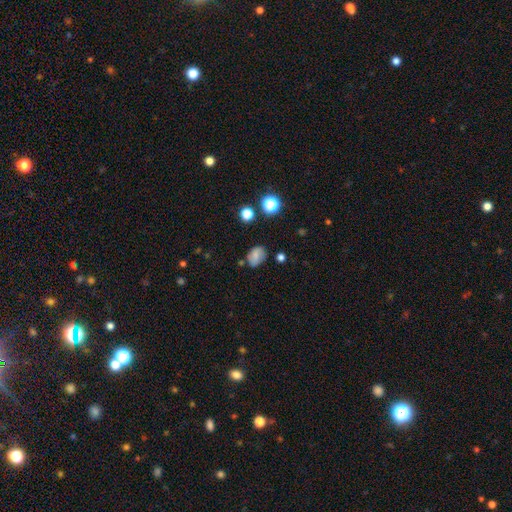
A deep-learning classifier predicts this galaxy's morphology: This appears to be a smooth galaxy with no disk features (69%) that is in between round and cigar-shaped (71%). Merging: none (69%).